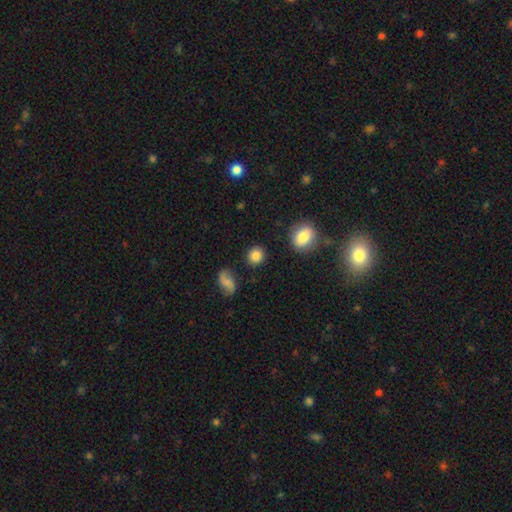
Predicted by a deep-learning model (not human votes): A smooth galaxy with no disk features (84%) that is round (86%).

Vote fractions:
- Smooth or featured? smooth: 84% / star or artifact: 10% / featured or disk: 7%
- How rounded? round: 86% / in between: 13% / cigar-shaped: 1%
- Merging? none: 86% / minor disturbance: 9% / merger: 3% / major disturbance: 3%